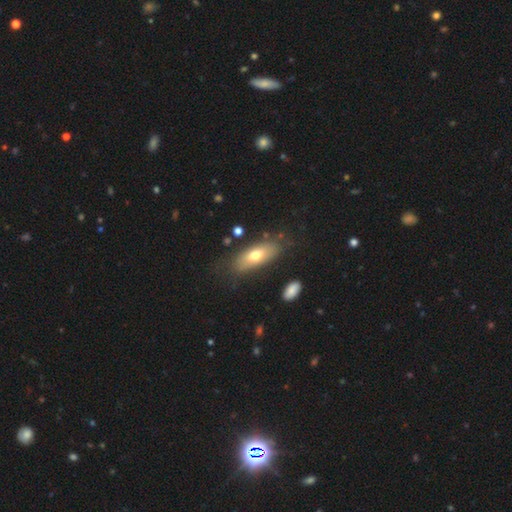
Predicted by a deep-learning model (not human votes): Morphology: type=smooth (64%); roundness=in between (77%); merging=none (75%).